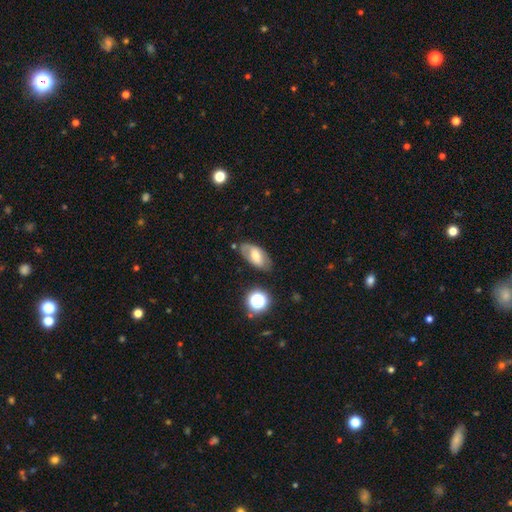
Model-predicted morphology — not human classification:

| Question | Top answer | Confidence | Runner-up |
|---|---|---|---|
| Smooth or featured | smooth | 46% | featured or disk (45%) |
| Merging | none | 72% | minor disturbance (19%) |